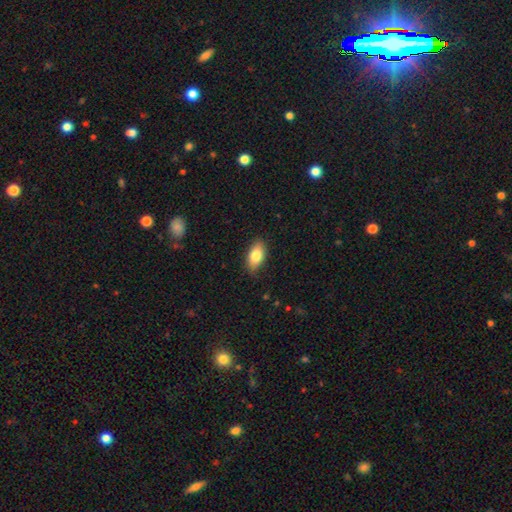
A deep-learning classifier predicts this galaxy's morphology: type=smooth (81%); roundness=in between (91%); merging=none (83%).